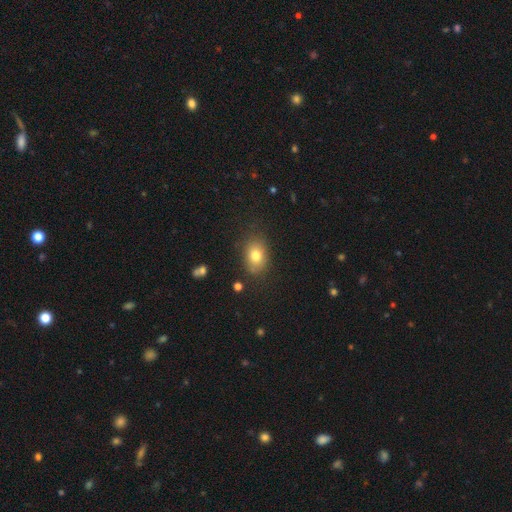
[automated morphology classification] Smooth or featured? Predicted: smooth (p=0.79). How rounded? Predicted: in between (p=0.73). Merging? Predicted: none (p=0.80).